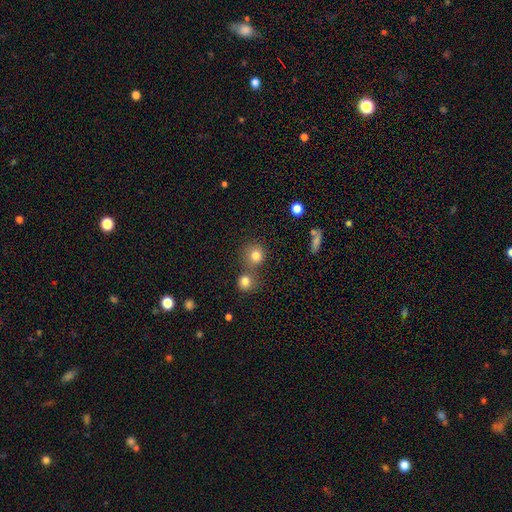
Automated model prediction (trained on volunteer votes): A smooth galaxy with no disk features (79%) that is round (89%). Merging: none (61%).